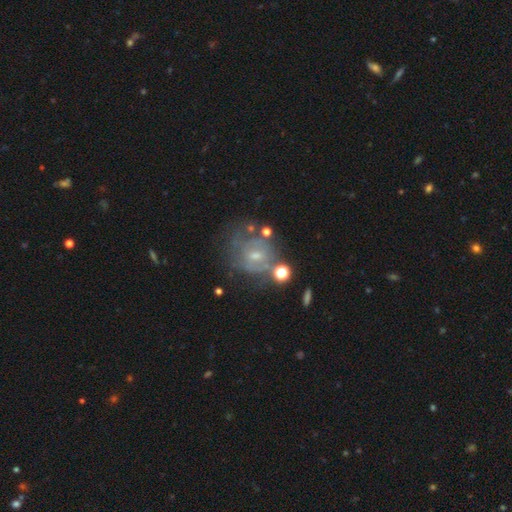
This appears to be a featured or disk galaxy (74%) with a weak bar (46%), 2 (47%, tied with can't tell) tight (47%) spiral arms (54%) and a small central bulge (61%). Merging: minor disturbance (49%).